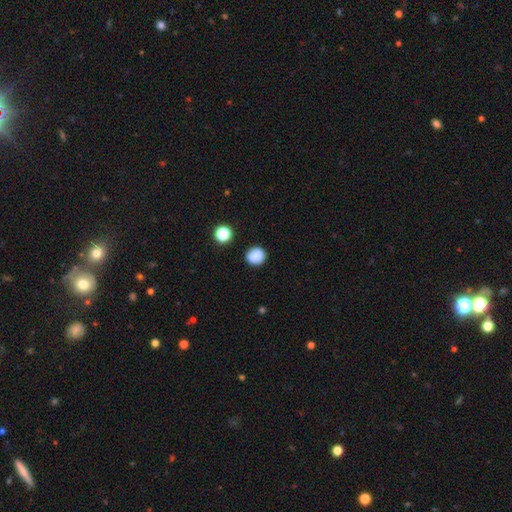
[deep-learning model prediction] Q: Smooth or featured?
A: smooth (86%); runner-up: star or artifact (10%)
Q: How rounded?
A: round (88%); runner-up: in between (11%)
Q: Merging?
A: none (88%); runner-up: minor disturbance (7%)